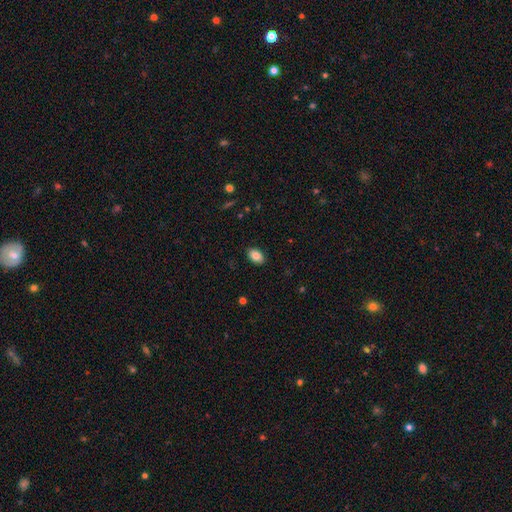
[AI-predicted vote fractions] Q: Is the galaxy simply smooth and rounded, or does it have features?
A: smooth — 85%.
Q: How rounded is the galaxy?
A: in between — 89%.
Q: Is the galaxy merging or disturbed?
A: none — 88%.